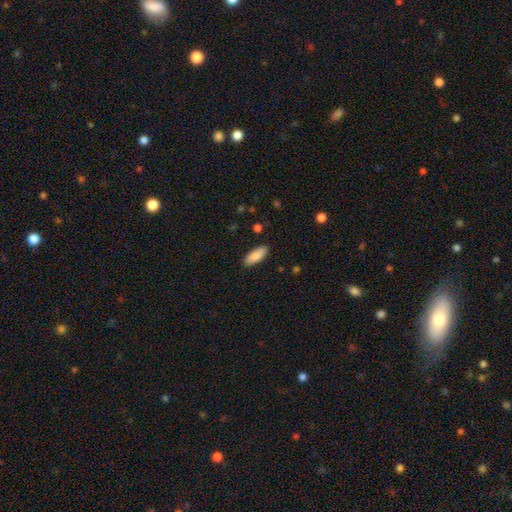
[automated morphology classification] Smooth or featured: smooth — 88% (featured or disk — 6%)
How rounded: in between — 72% (cigar-shaped — 26%)
Merging: none — 89% (minor disturbance — 8%)